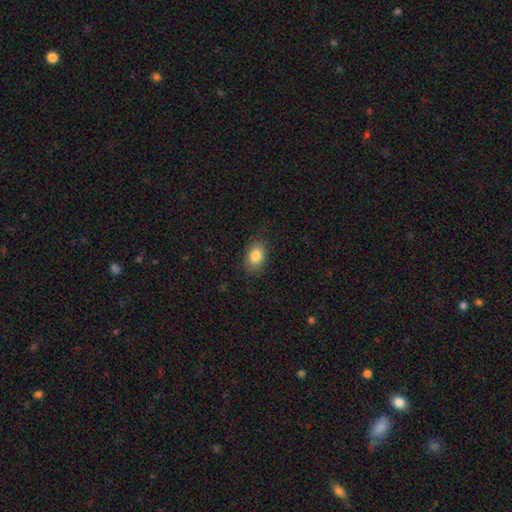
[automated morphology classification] This is clearly a smooth galaxy (84%). How rounded: likely in between (79%). Merging: clearly none (81%).